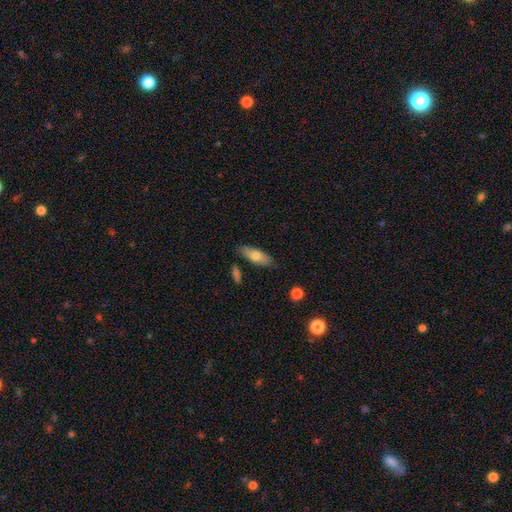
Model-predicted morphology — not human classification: This is likely a smooth galaxy (71%). How rounded: likely in between (66%). Merging: clearly none (83%).